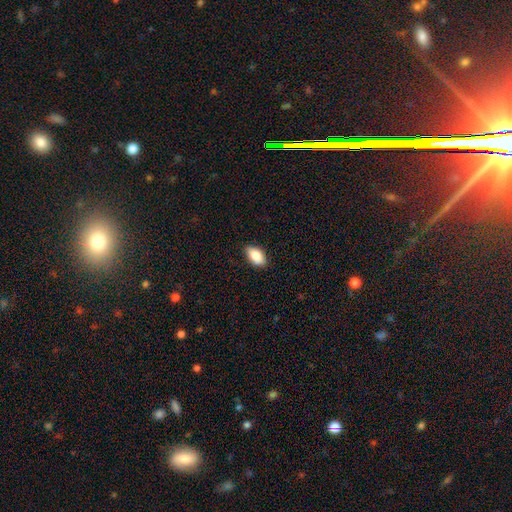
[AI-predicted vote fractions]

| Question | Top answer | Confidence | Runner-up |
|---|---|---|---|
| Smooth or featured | smooth | 87% | star or artifact (7%) |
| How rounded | in between | 93% | round (5%) |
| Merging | none | 86% | minor disturbance (11%) |